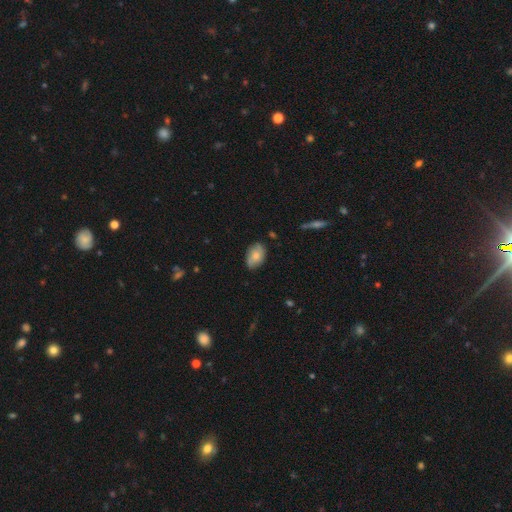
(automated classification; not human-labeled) This is likely a smooth galaxy (67%). How rounded: clearly in between (87%). Merging: likely none (75%).